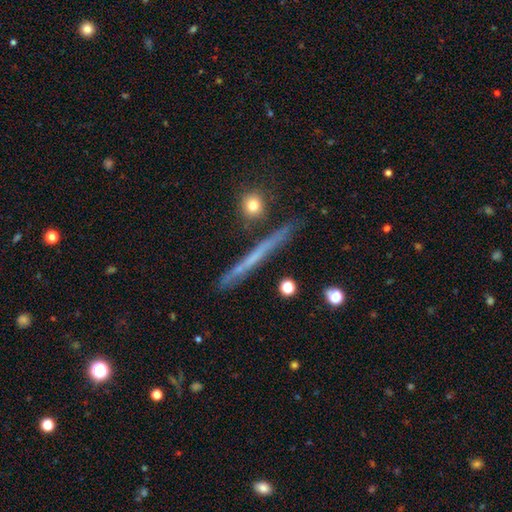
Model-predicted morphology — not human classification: Q: Smooth or featured?
A: featured or disk (51%); runner-up: smooth (41%)
Q: Edge-on disk?
A: yes (95%); runner-up: no (5%)
Q: Merging?
A: none (85%); runner-up: minor disturbance (10%)